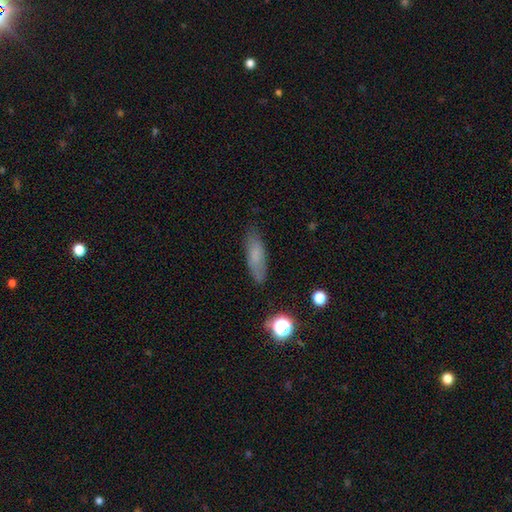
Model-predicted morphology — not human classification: type=smooth (73%); roundness=in between (49%); merging=none (79%).